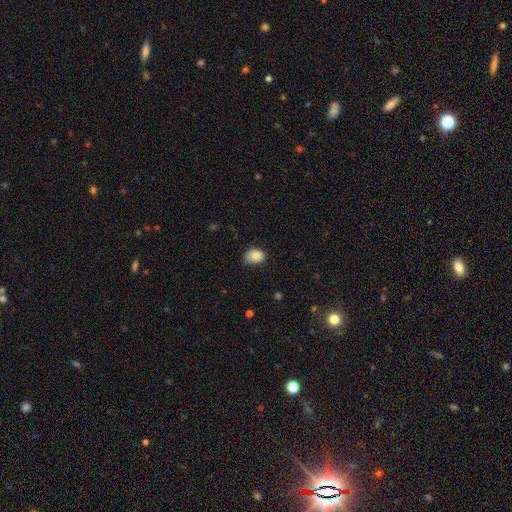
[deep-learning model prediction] Smooth or featured? smooth (82%)
How rounded? in between (65%)
Merging? none (59%)